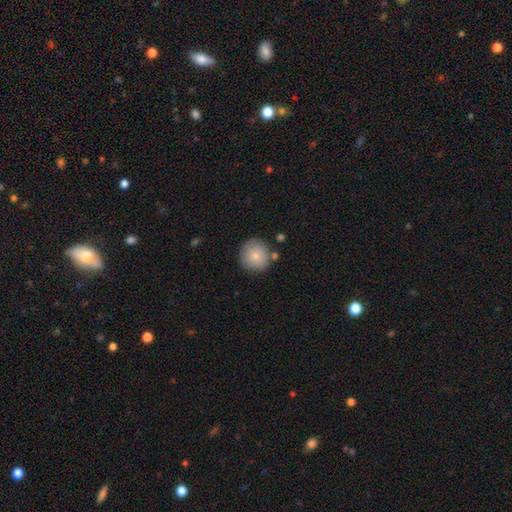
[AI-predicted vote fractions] Smooth or featured? smooth (84%)
How rounded? round (92%)
Merging? none (80%)